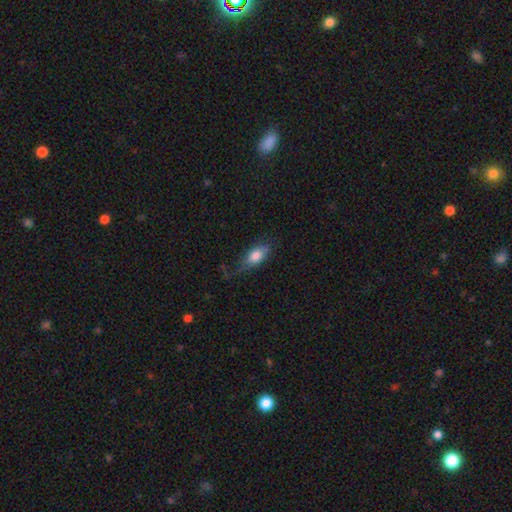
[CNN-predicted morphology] Smooth or featured? Predicted: smooth (p=0.77). How rounded? Predicted: in between (p=0.87). Merging? Predicted: none (p=0.50).